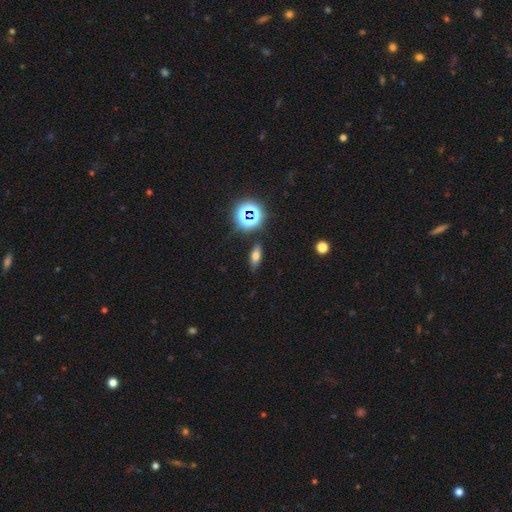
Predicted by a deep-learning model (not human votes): A smooth galaxy with no disk features (63%) that is in between round and cigar-shaped (69%). Merging: none (85%).